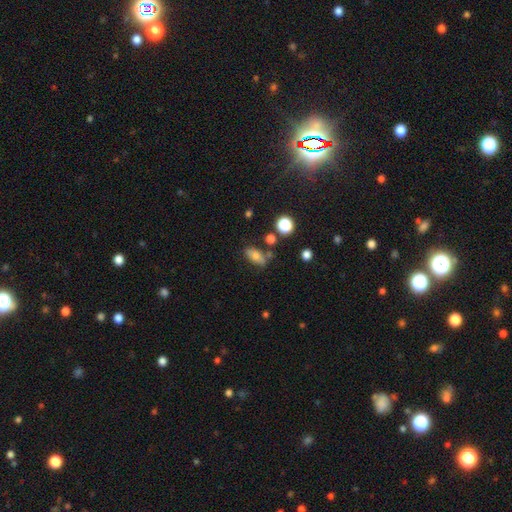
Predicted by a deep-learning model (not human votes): Morphology: type=smooth (67%); roundness=in between (78%); merging=none (64%).